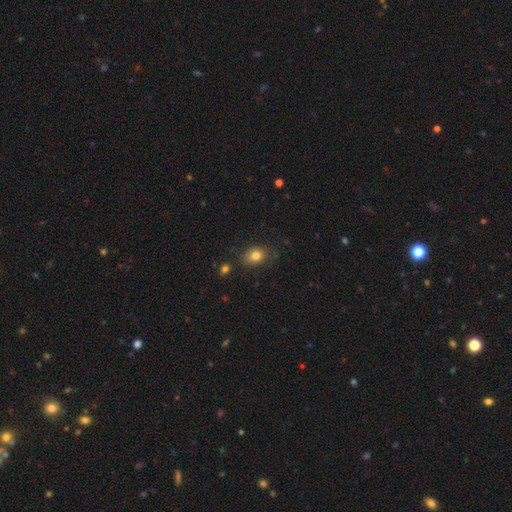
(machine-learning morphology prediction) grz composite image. It shows a smooth galaxy with no disk features (80%) that is in between round and cigar-shaped (61%). Merging: none (72%).